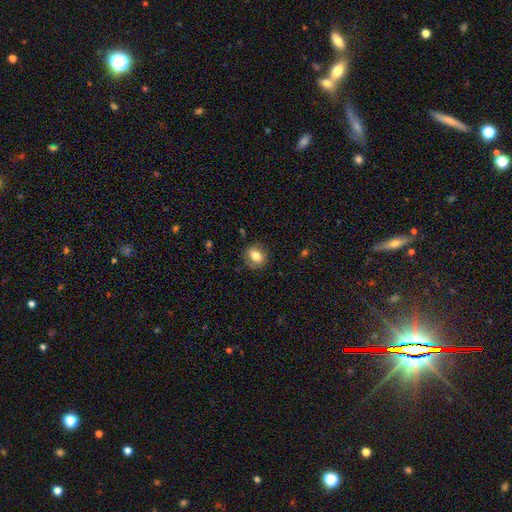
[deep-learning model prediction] Smooth or featured: smooth — 77% (featured or disk — 14%)
How rounded: round — 55% (in between — 44%)
Merging: none — 83% (minor disturbance — 12%)